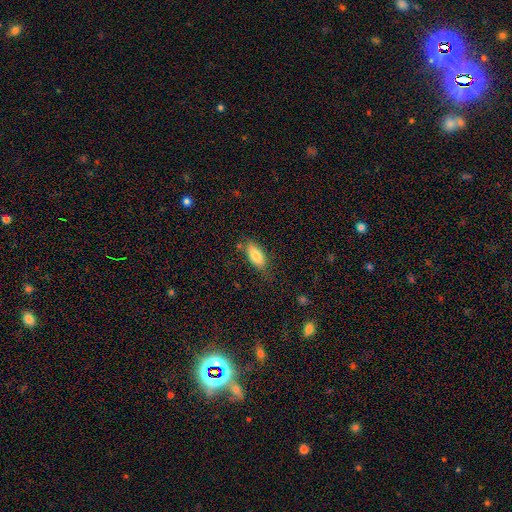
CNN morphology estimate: type=smooth (82%); roundness=in between (83%); merging=none (73%).